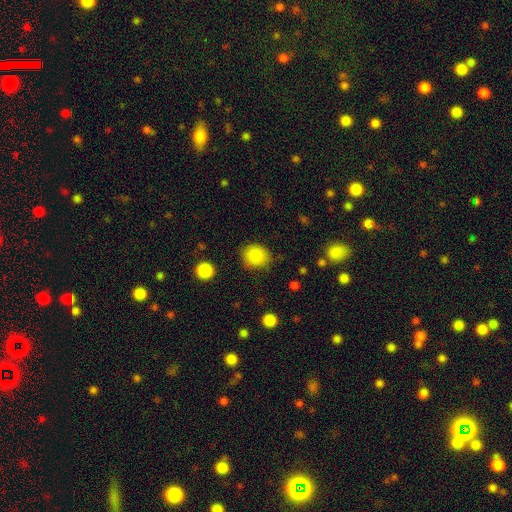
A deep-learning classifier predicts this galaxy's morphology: Overall: smooth (87%). How rounded: round (79%). Merging: none (81%).